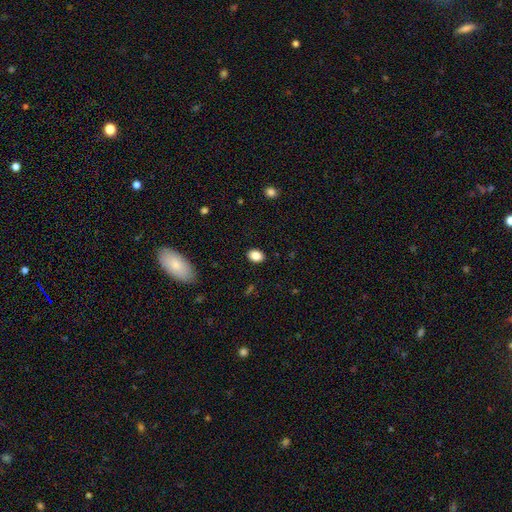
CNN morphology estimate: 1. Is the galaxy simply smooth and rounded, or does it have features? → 87% smooth, 9% star or artifact, 4% featured or disk.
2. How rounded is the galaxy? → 69% in between, 29% round, 1% cigar-shaped.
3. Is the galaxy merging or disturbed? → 89% none, 8% minor disturbance, 2% major disturbance, 1% merger.